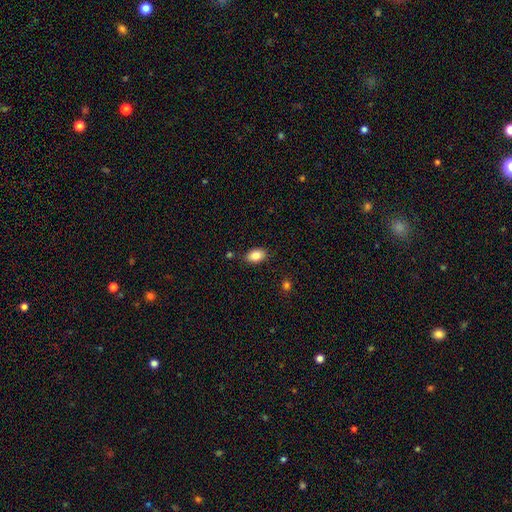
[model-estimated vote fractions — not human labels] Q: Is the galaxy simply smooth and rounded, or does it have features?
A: smooth — 85%.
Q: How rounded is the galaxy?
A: in between — 89%.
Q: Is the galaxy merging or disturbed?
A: none — 84%.